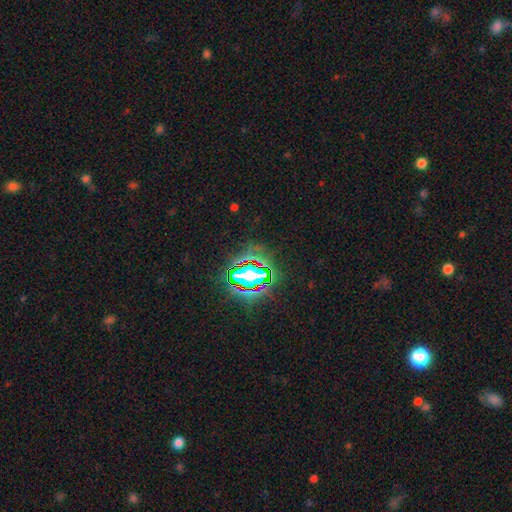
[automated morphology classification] Smooth or featured? Predicted: star or artifact (p=0.80).